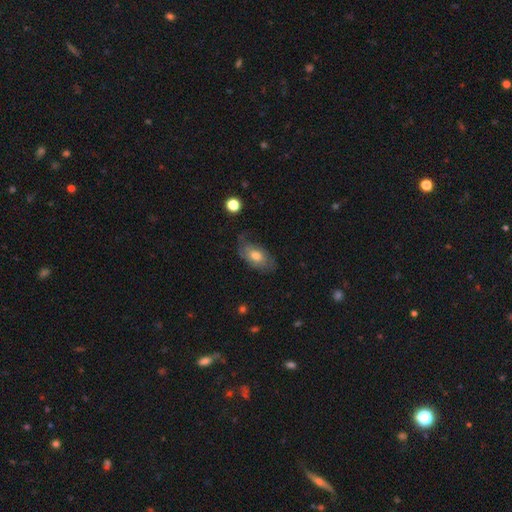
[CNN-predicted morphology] A smooth galaxy with no disk features (58%) that is in between round and cigar-shaped (90%). Merging: none (61%).